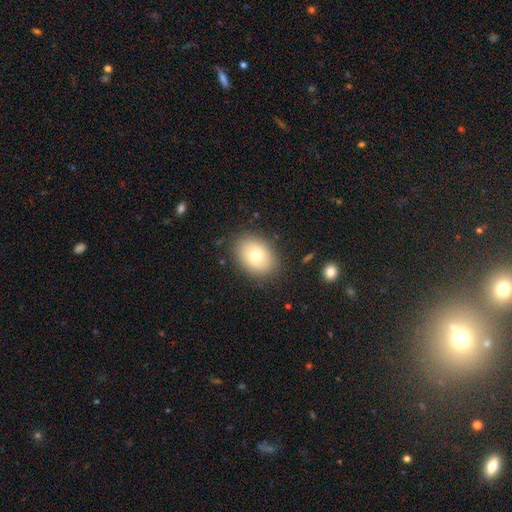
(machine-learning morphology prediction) smooth 75%, featured or disk 16%, star or artifact 9%. Down the decision tree: how rounded — in between (68%); merging — none (85%).